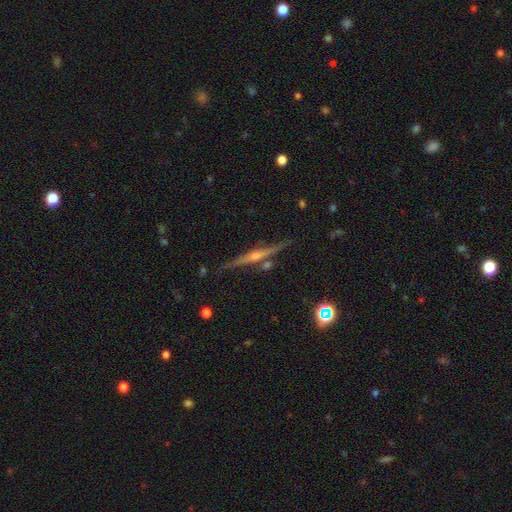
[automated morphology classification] smooth-or-featured: featured or disk: 83% | smooth: 9% | star or artifact: 8%
  disk-edge-on: yes: 98% | no: 2%
    edge-on-bulge: rounded: 85% | none: 8% | boxy: 7%
  merging: none: 86% | minor disturbance: 8% | merger: 3% | major disturbance: 2%